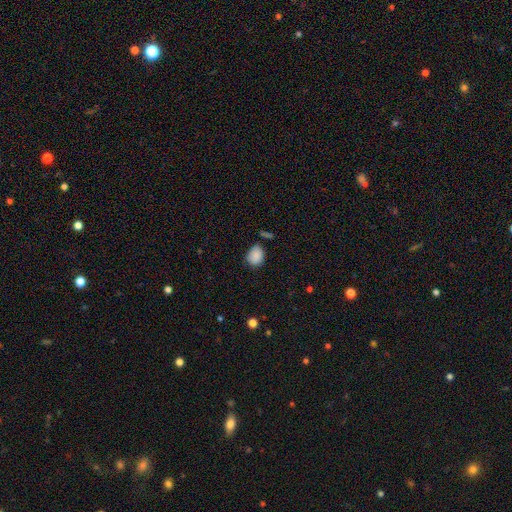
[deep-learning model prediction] Overall: smooth (87%). How rounded: in between (55%; round 44%). Merging: none (62%; minor disturbance 27%).